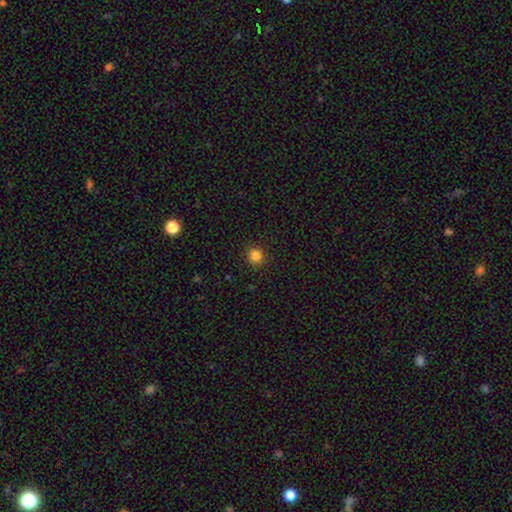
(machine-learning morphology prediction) Smooth or featured: smooth — 84% (star or artifact — 12%)
How rounded: round — 93% (in between — 6%)
Merging: none — 91% (minor disturbance — 6%)